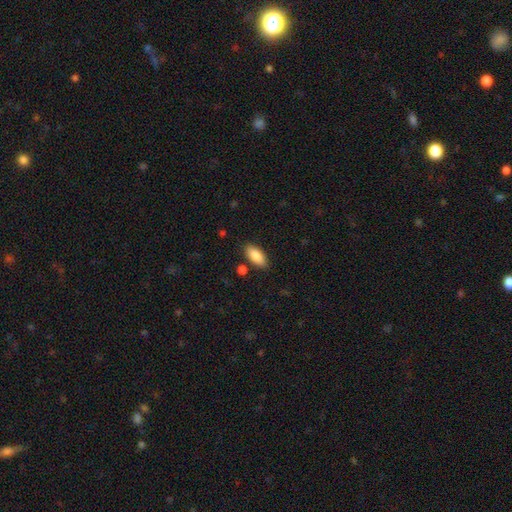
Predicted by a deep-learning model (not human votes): Morphology: type=smooth (86%); roundness=in between (87%); merging=none (85%).